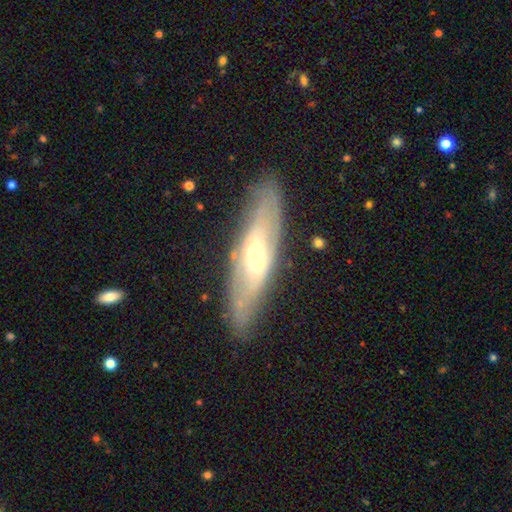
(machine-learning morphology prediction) Smooth or featured?
  - featured or disk: 69% *
  - smooth: 24%
  - star or artifact: 6%
Edge-on disk?
  - no: 61% *
  - yes: 39%
Merging?
  - none: 78% *
  - minor disturbance: 14%
  - major disturbance: 6%
  - merger: 2%